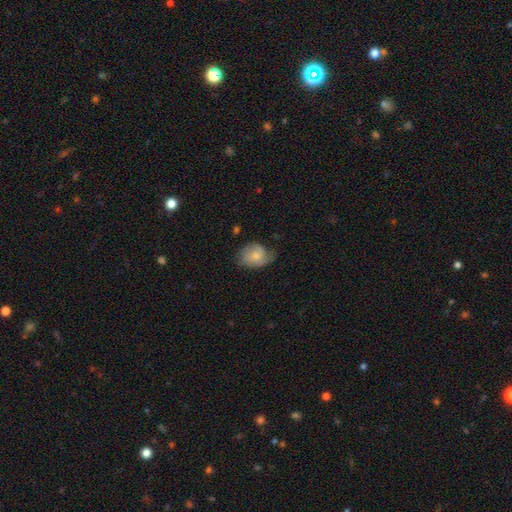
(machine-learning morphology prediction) type=smooth (56%); roundness=in between (55%); merging=none (47%).